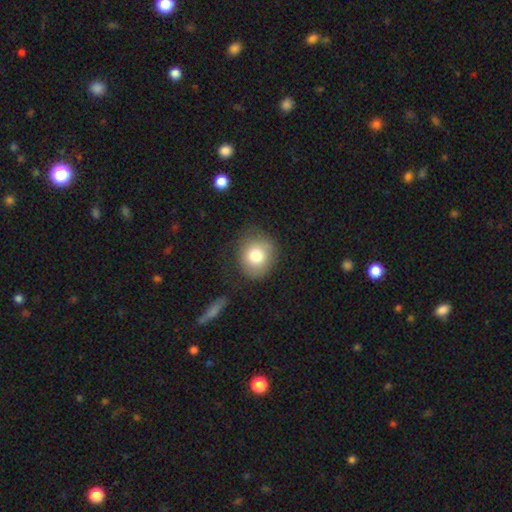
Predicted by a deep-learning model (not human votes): smooth 78%, featured or disk 13%, star or artifact 9%. Down the decision tree: how rounded — round (83%); merging — none (75%).